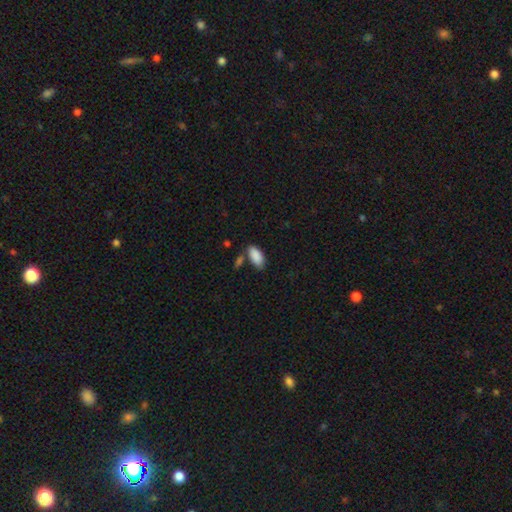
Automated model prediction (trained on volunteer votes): Morphology: type=smooth (89%); roundness=in between (92%); merging=none (69%).